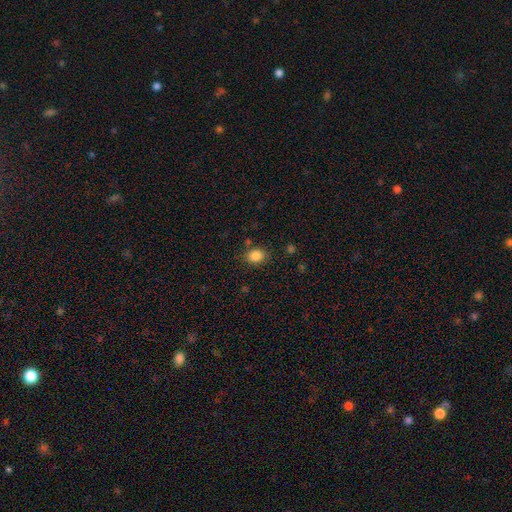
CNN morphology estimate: A smooth galaxy with no disk features (86%) that is round (51%).

Vote fractions:
- Smooth or featured? smooth: 86% / star or artifact: 10% / featured or disk: 4%
- How rounded? round: 51% / in between: 49% / cigar-shaped: 1%
- Merging? none: 80% / minor disturbance: 12% / major disturbance: 4% / merger: 4%